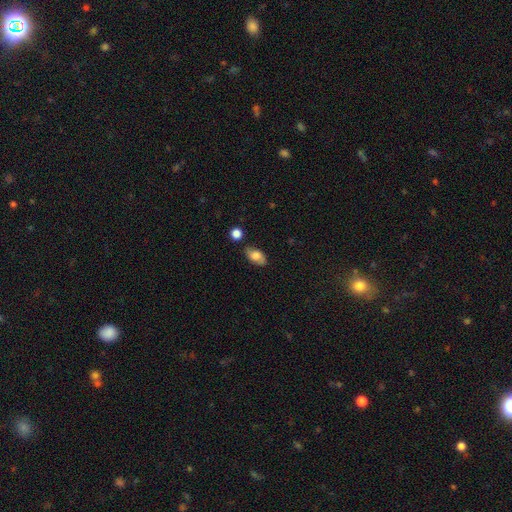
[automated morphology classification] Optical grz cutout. It shows a smooth galaxy with no disk features (68%) that is in between round and cigar-shaped (88%). Merging: none (74%).